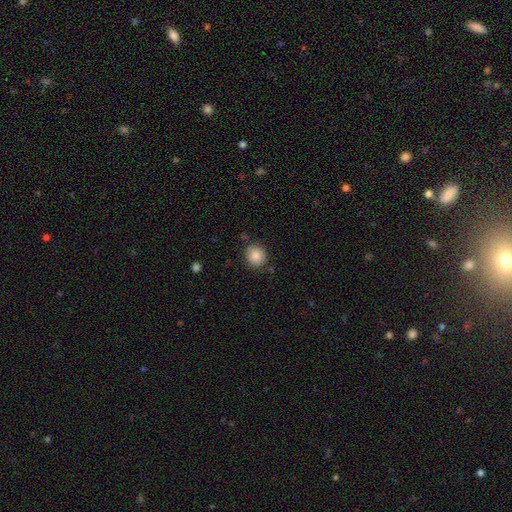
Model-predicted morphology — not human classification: A smooth galaxy with no disk features (86%) that is round (78%). Merging: none (84%).